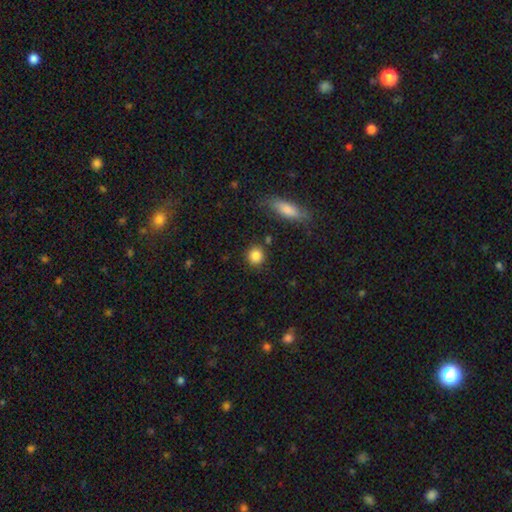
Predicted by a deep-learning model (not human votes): Smooth or featured?
  - smooth: 86% *
  - star or artifact: 9%
  - featured or disk: 5%
How rounded?
  - round: 85% *
  - in between: 13%
  - cigar-shaped: 2%
Merging?
  - none: 86% *
  - minor disturbance: 8%
  - merger: 4%
  - major disturbance: 3%